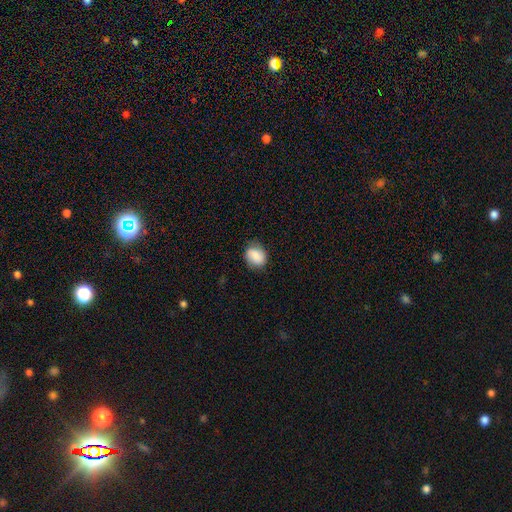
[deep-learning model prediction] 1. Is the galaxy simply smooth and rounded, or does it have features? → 78% smooth, 14% featured or disk, 8% star or artifact.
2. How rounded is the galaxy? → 52% in between, 47% round, 1% cigar-shaped.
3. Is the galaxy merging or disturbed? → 76% none, 19% minor disturbance, 5% major disturbance, 1% merger.